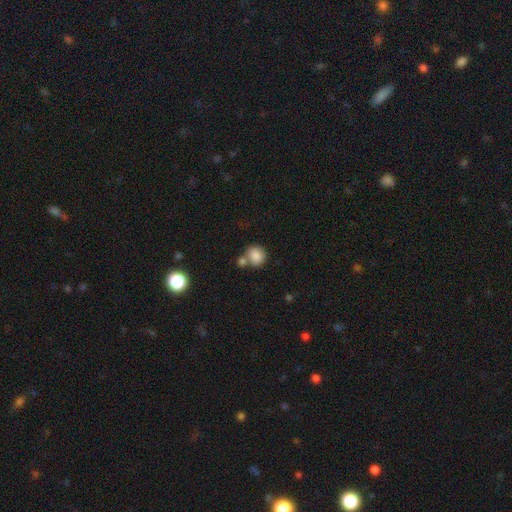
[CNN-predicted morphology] A smooth galaxy with no disk features (85%) that is round (78%). Merging: none (51%).